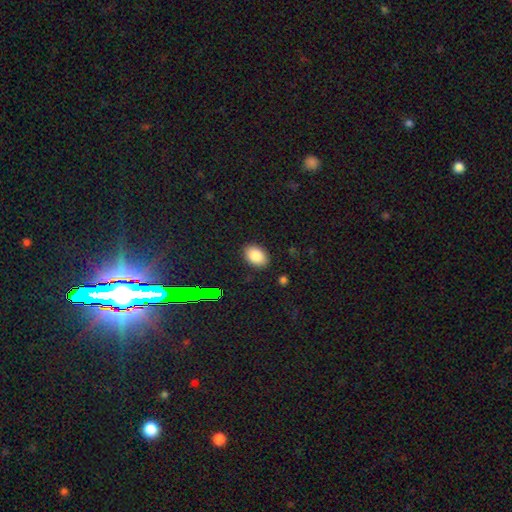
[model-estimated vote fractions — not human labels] Smooth or featured? smooth (84%)
How rounded? in between (83%)
Merging? none (87%)